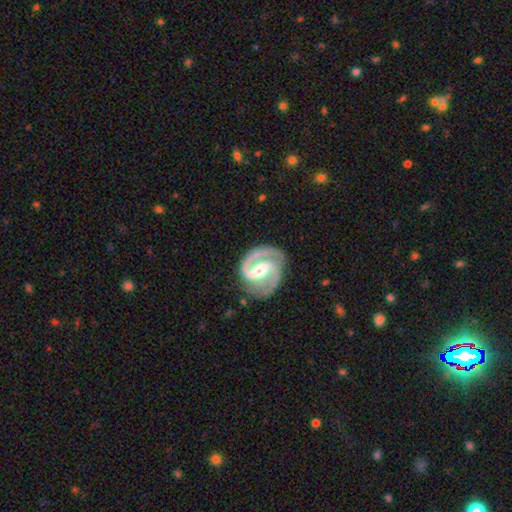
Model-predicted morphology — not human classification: Smooth or featured: featured or disk — 93% (star or artifact — 4%)
Edge-on disk: no — 98% (yes — 2%)
Bar: strong — 52% (weak — 36%)
Spiral arms: yes — 98% (no — 2%)
Spiral winding: medium — 52% (tight — 41%)
Spiral arm count: 2 — 92% (3 — 2%)
Bulge size: moderate — 60% (small — 33%)
Merging: none — 83% (minor disturbance — 12%)